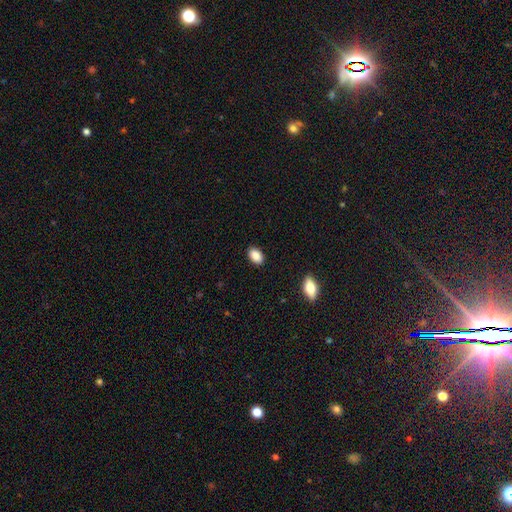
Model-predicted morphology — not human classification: smooth_or_featured: smooth (p=0.89) [alt: star or artifact p=0.08]
how_rounded: in between (p=0.88) [alt: round p=0.10]
merging: none (p=0.89) [alt: minor disturbance p=0.08]